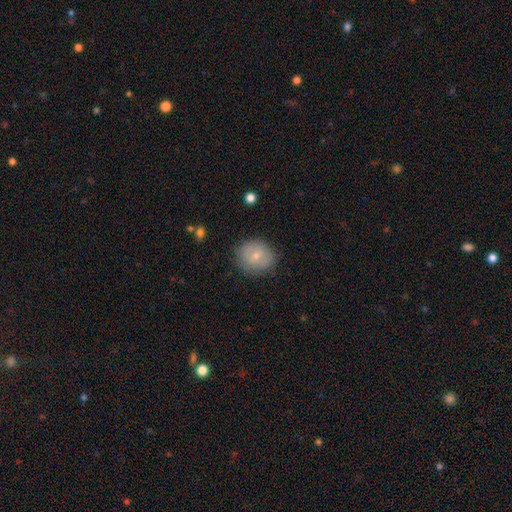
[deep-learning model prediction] Smooth or featured? Predicted: smooth (p=0.69). How rounded? Predicted: round (p=0.83). Merging? Predicted: none (p=0.81).